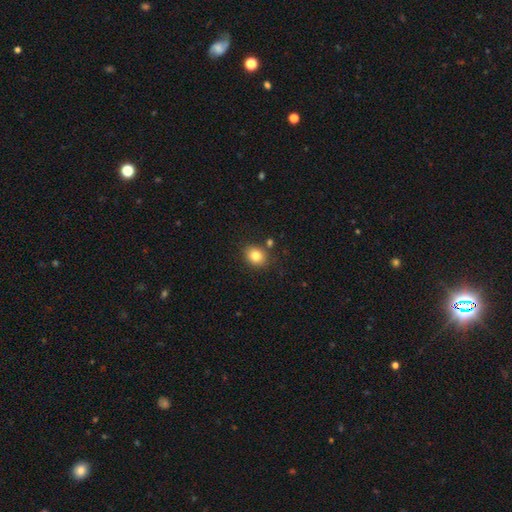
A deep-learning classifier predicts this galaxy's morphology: Overall: smooth (82%). How rounded: round (59%; in between 40%). Merging: none (81%).